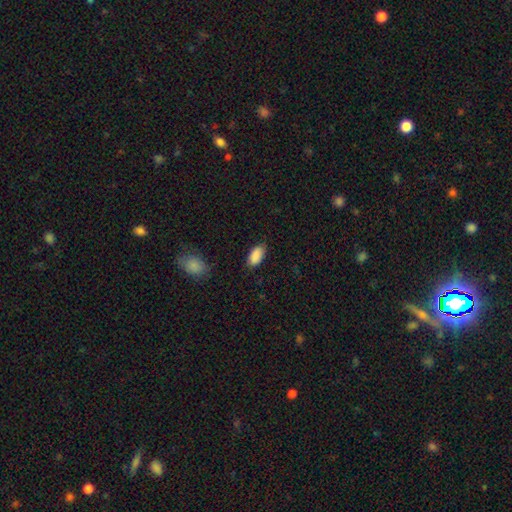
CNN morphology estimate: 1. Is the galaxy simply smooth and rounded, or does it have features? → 89% smooth, 7% star or artifact, 4% featured or disk.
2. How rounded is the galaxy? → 94% in between, 3% cigar-shaped, 3% round.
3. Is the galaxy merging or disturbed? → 80% none, 16% minor disturbance, 3% major disturbance, 1% merger.